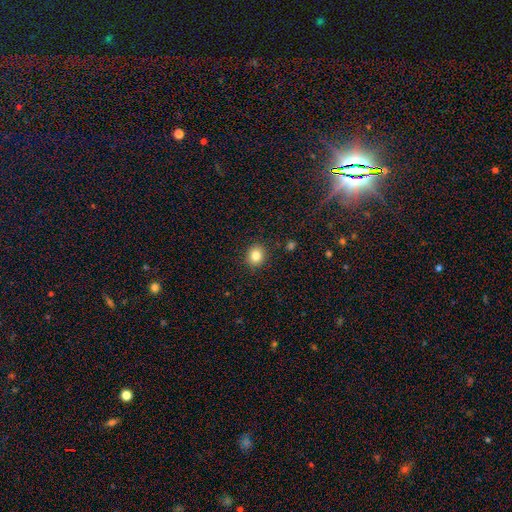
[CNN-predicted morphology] Smooth or featured: smooth — 83% (star or artifact — 11%)
How rounded: round — 75% (in between — 24%)
Merging: none — 90% (minor disturbance — 7%)